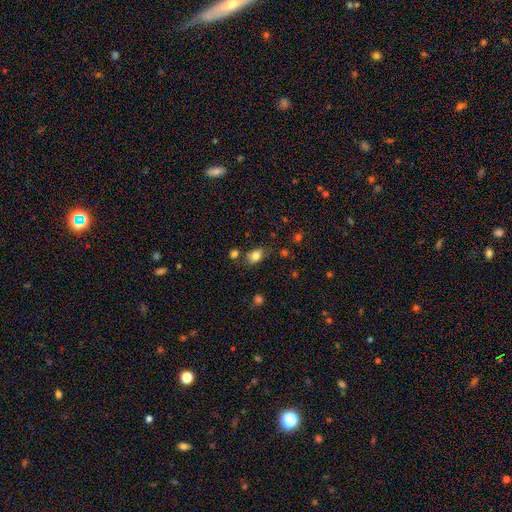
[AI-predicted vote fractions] Overall: smooth (81%). How rounded: in between (70%). Merging: none (66%).